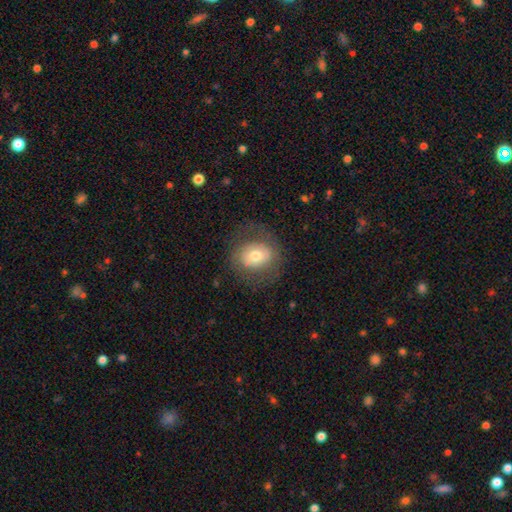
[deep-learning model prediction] smooth_or_featured: smooth (p=0.59) [alt: featured or disk p=0.33]
how_rounded: round (p=0.58) [alt: in between p=0.41]
merging: none (p=0.73) [alt: minor disturbance p=0.15]